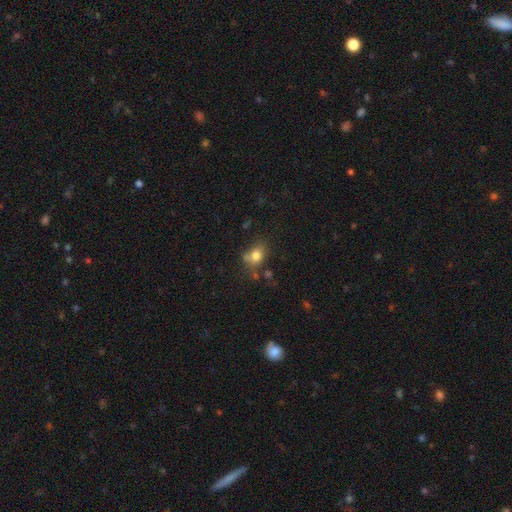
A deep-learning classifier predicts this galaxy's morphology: Smooth or featured: smooth — 78% (star or artifact — 11%)
How rounded: in between — 55% (round — 44%)
Merging: none — 56% (minor disturbance — 22%)